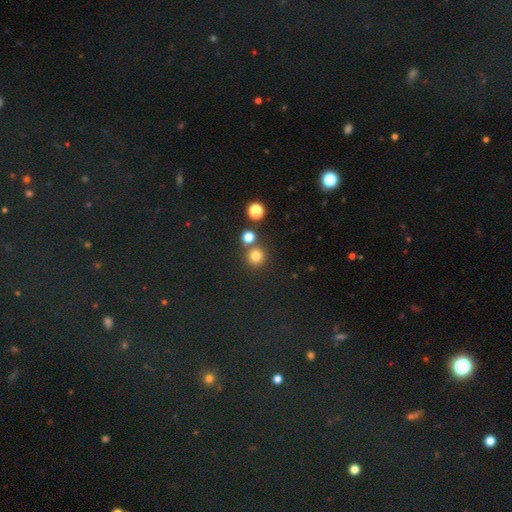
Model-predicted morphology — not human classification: The model was most divided on "smooth or featured": smooth: 78%, star or artifact: 17%, featured or disk: 5%. More confident: how rounded — round (93%); merging — none (77%).